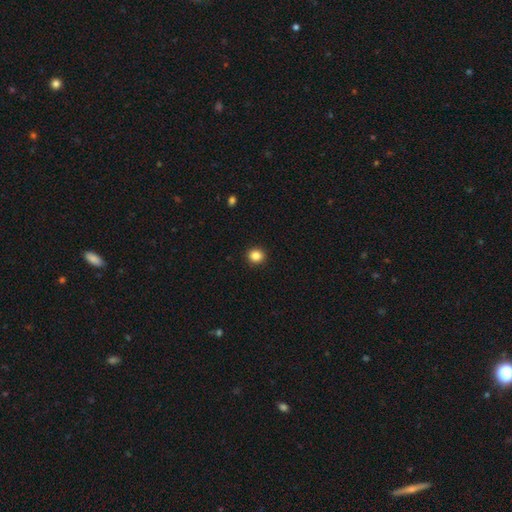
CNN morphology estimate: This appears to be a smooth galaxy with no disk features (86%) that is round (87%). Merging: none (93%).